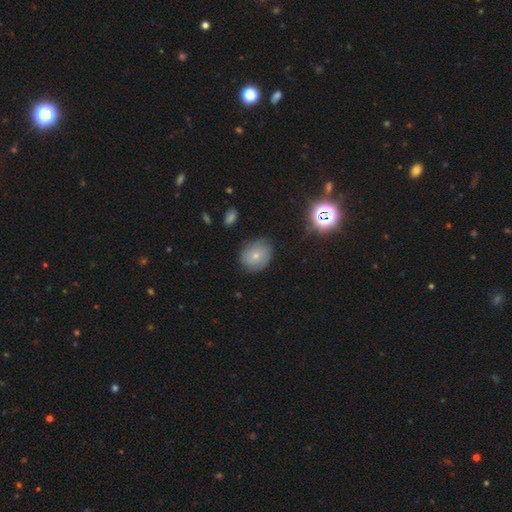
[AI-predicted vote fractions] A smooth galaxy with no disk features (66%) that is round (59%). Merging: none (71%).